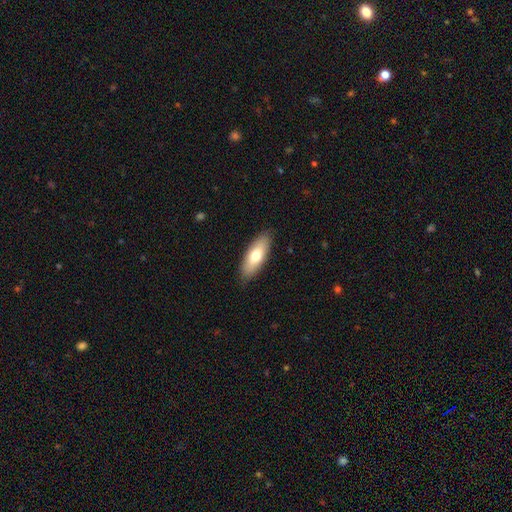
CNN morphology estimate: A smooth galaxy with no disk features (70%) that is in between round and cigar-shaped (70%).

Vote fractions:
- Smooth or featured? smooth: 70% / featured or disk: 24% / star or artifact: 6%
- How rounded? in between: 70% / cigar-shaped: 28% / round: 2%
- Merging? none: 88% / minor disturbance: 9% / major disturbance: 2% / merger: 1%